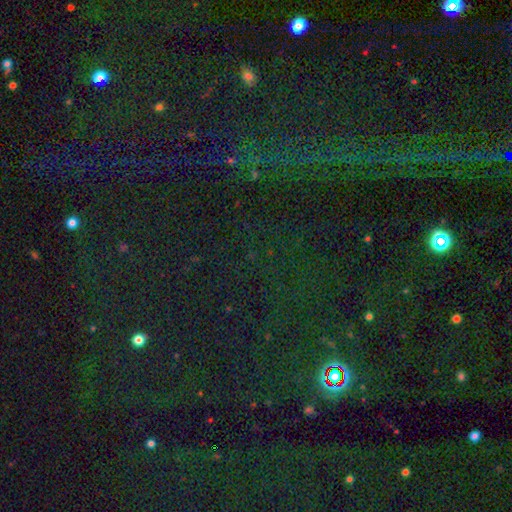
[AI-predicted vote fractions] A star or artifact, not a galaxy (81%).

Vote fractions:
- Smooth or featured? star or artifact: 81% / smooth: 11% / featured or disk: 8%